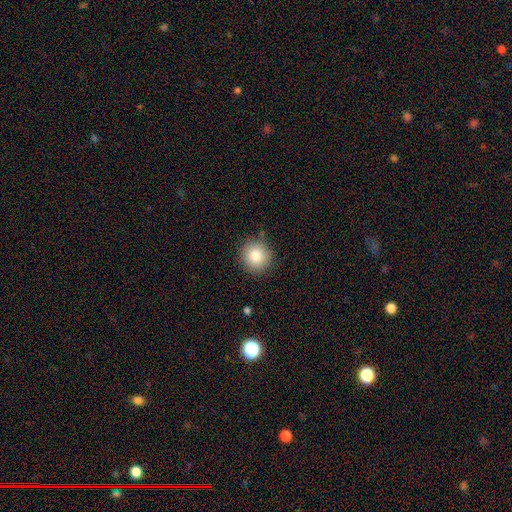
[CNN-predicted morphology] Smooth or featured? Predicted: smooth (p=0.83). How rounded? Predicted: round (p=0.92). Merging? Predicted: none (p=0.86).